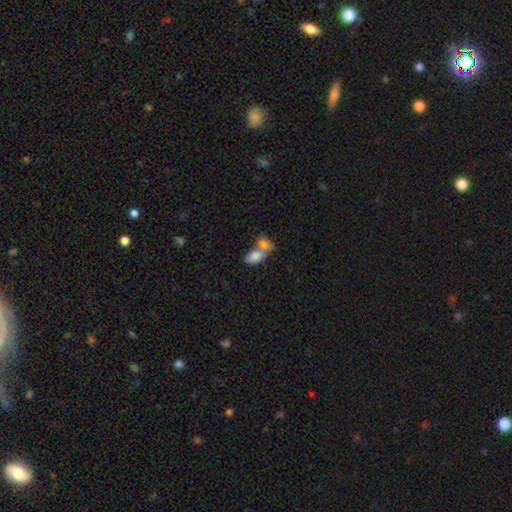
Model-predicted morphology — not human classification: smooth-or-featured: smooth: 81% | featured or disk: 12% | star or artifact: 7%
  how-rounded: in between: 91% | round: 7% | cigar-shaped: 3%
  merging: merger: 70% | none: 20% | minor disturbance: 7% | major disturbance: 4%